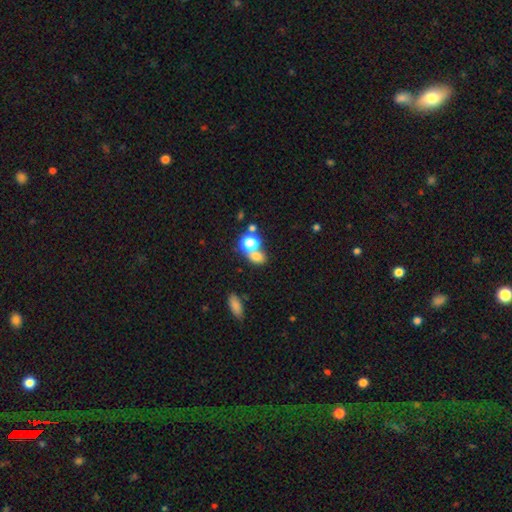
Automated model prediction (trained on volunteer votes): smooth_or_featured: smooth (p=0.71) [alt: star or artifact p=0.19]
how_rounded: round (p=0.53) [alt: in between p=0.46]
merging: merger (p=0.46) [alt: none p=0.40]